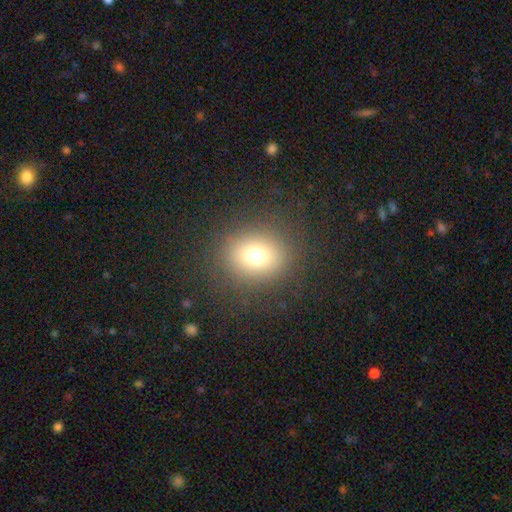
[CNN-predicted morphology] This is likely a smooth galaxy (74%). How rounded: likely round (72%). Merging: clearly none (86%).